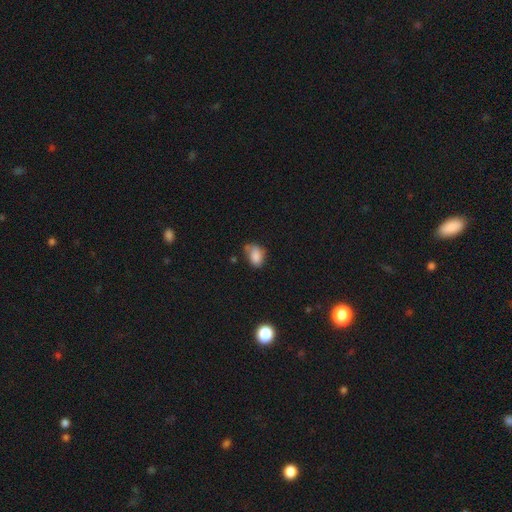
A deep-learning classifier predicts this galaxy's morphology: Smooth or featured: smooth — 82% (star or artifact — 10%)
How rounded: in between — 79% (round — 20%)
Merging: none — 46% (minor disturbance — 35%)